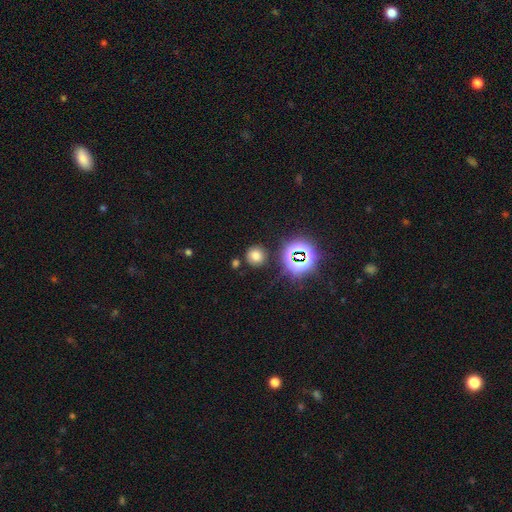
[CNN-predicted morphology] This is likely a smooth galaxy (69%). How rounded: clearly round (88%). Merging: clearly none (82%).